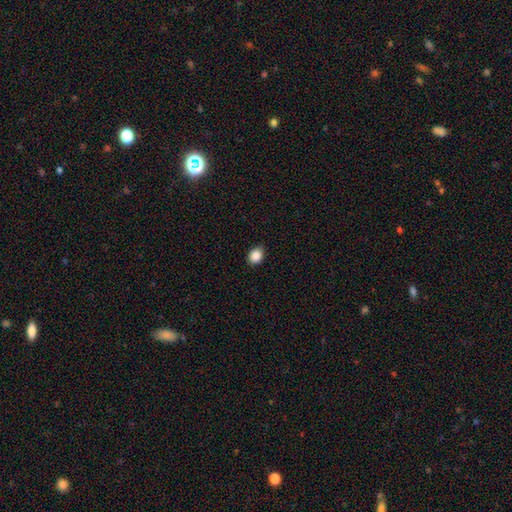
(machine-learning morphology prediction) This appears to be a smooth galaxy with no disk features (87%) that is in between round and cigar-shaped (51%). Merging: none (81%).